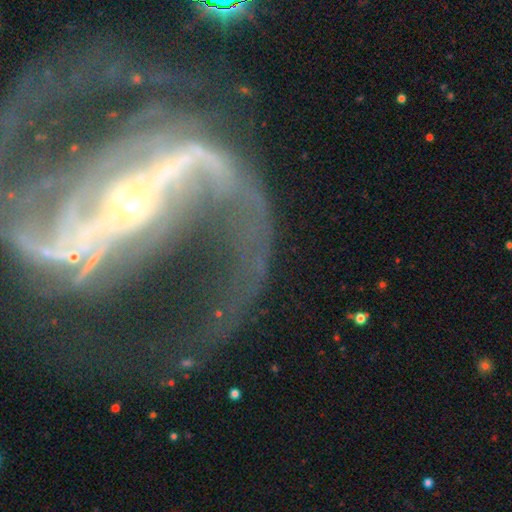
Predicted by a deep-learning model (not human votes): The model was most divided on "merging": major disturbance: 40%, none: 37%, minor disturbance: 13%, merger: 10%. More confident: edge-on disk — no (94%); spiral arms — yes (90%); smooth or featured — featured or disk (87%); spiral arm count — 2 (65%); bulge size — small (60%); spiral winding — loose (57%); bar — strong (55%).